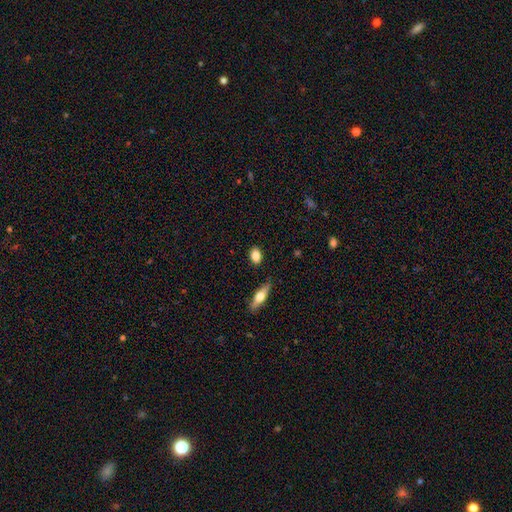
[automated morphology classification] smooth-or-featured: smooth: 82% | featured or disk: 11% | star or artifact: 7%
  how-rounded: in between: 79% | round: 15% | cigar-shaped: 5%
  merging: none: 86% | minor disturbance: 9% | major disturbance: 2% | merger: 2%